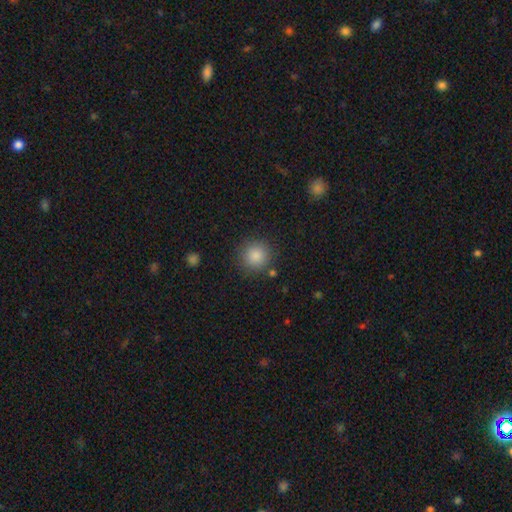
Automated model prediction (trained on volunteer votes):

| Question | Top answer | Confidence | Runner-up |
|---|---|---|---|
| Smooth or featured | smooth | 86% | star or artifact (10%) |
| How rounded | round | 93% | in between (6%) |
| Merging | none | 87% | minor disturbance (8%) |